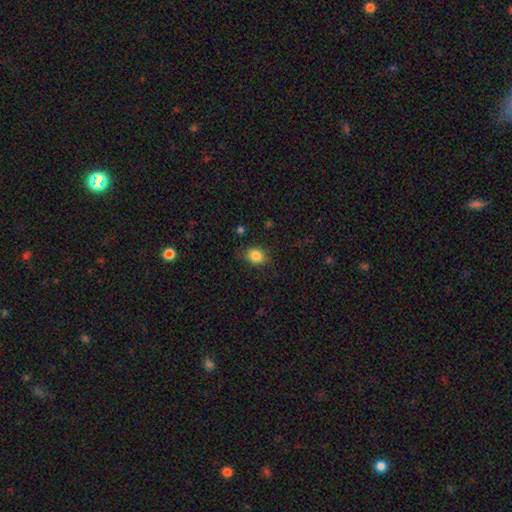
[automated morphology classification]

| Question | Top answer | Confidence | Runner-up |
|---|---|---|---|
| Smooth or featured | smooth | 85% | star or artifact (10%) |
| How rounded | in between | 62% | round (37%) |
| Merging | none | 79% | minor disturbance (16%) |